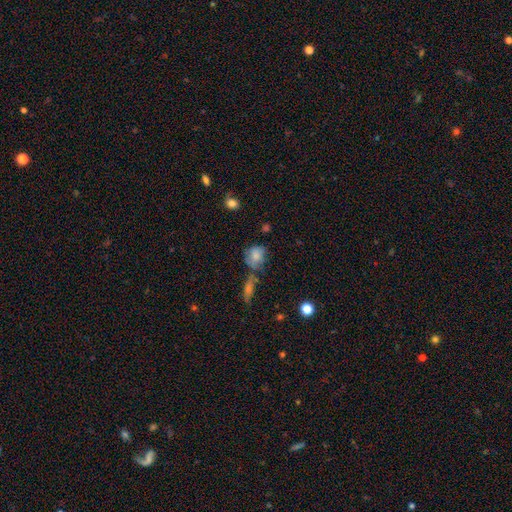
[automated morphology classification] Overall: smooth (76%). How rounded: round (56%; in between 41%). Merging: none (42%; minor disturbance 25%).